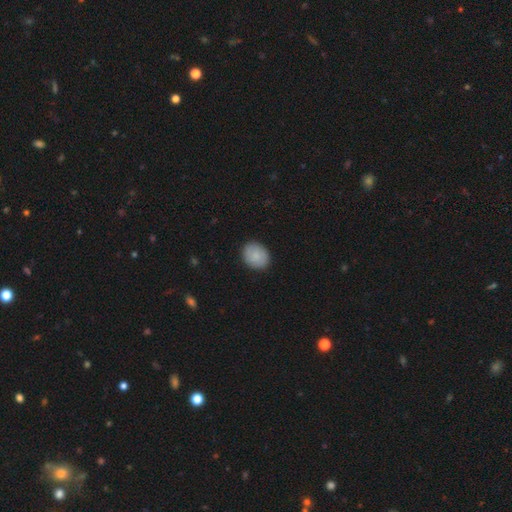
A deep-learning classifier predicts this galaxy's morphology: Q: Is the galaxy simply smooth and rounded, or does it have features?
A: smooth — 86%.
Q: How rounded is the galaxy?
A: round — 55%.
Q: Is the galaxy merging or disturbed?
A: none — 88%.